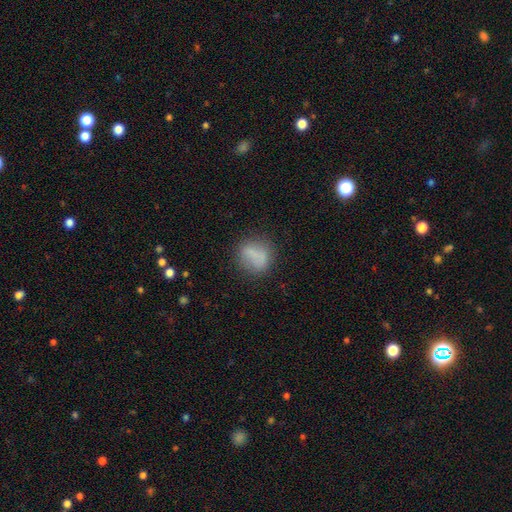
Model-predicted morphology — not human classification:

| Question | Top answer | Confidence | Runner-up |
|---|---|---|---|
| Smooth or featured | smooth | 73% | featured or disk (16%) |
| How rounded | round | 68% | in between (29%) |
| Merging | none | 68% | minor disturbance (18%) |